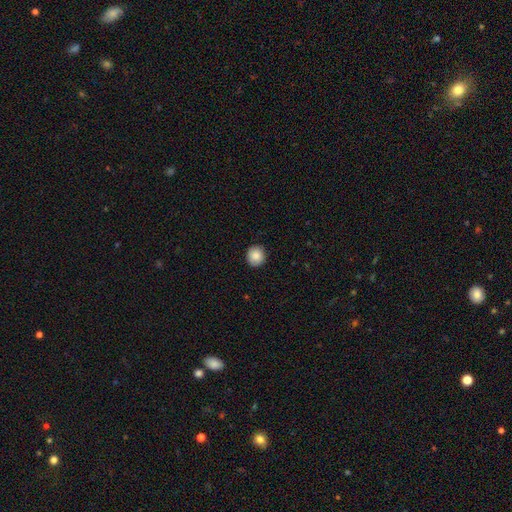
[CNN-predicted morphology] Smooth or featured?
  - smooth: 87% *
  - star or artifact: 8%
  - featured or disk: 5%
How rounded?
  - round: 89% *
  - in between: 10%
  - cigar-shaped: 1%
Merging?
  - none: 89% *
  - minor disturbance: 9%
  - major disturbance: 2%
  - merger: 1%